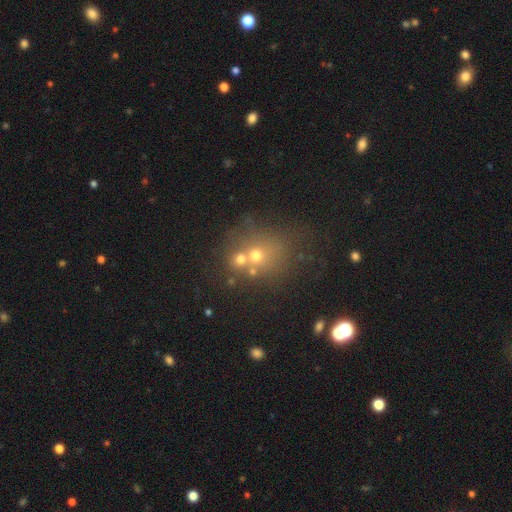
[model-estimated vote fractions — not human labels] Smooth or featured?
  - smooth: 55% *
  - star or artifact: 24%
  - featured or disk: 21%
How rounded?
  - round: 75% *
  - in between: 24%
  - cigar-shaped: 1%
Merging?
  - none: 43% *
  - merger: 41%
  - minor disturbance: 10%
  - major disturbance: 6%